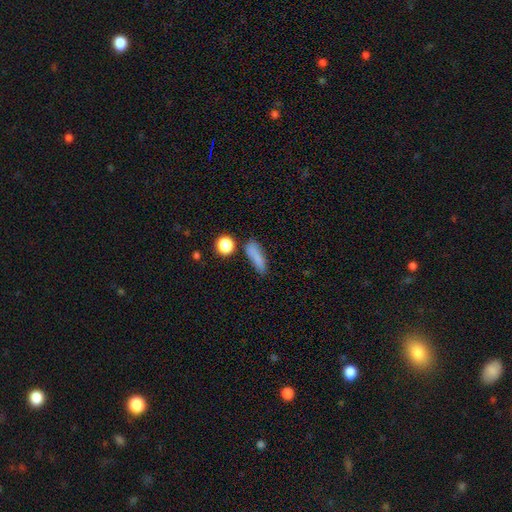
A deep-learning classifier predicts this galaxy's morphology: A smooth galaxy with no disk features (81%) that is cigar-shaped (51%). Merging: none (69%).